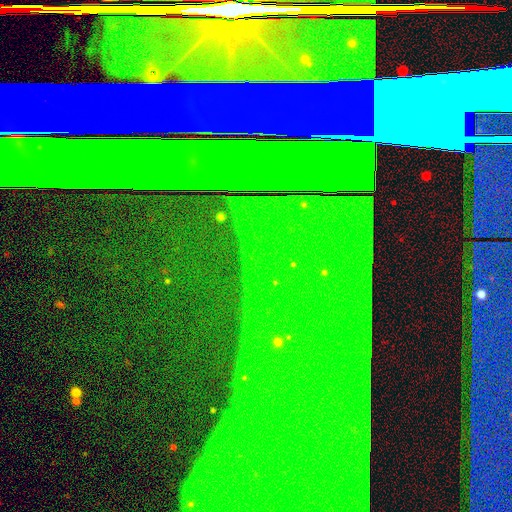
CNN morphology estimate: The model was most divided on "smooth or featured": star or artifact: 87%, featured or disk: 7%, smooth: 6%.